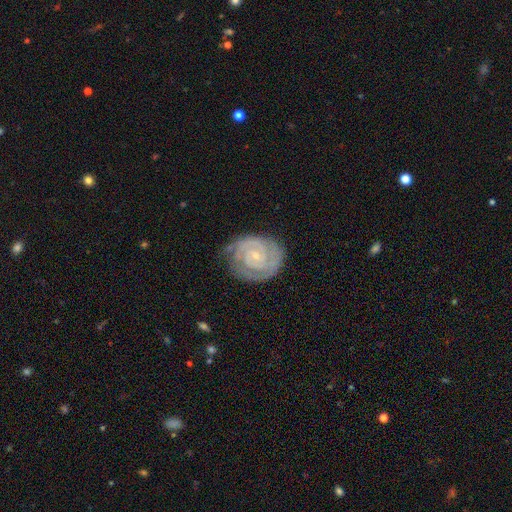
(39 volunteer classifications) featured or disk 87%, star or artifact 8%, smooth 5%. Down the decision tree: edge-on disk — no (100%); bar — no (44%); spiral arms — yes (100%); spiral arm count — 2 (71%); spiral winding — tight (79%); bulge size — small (82%); merging — none (64%).